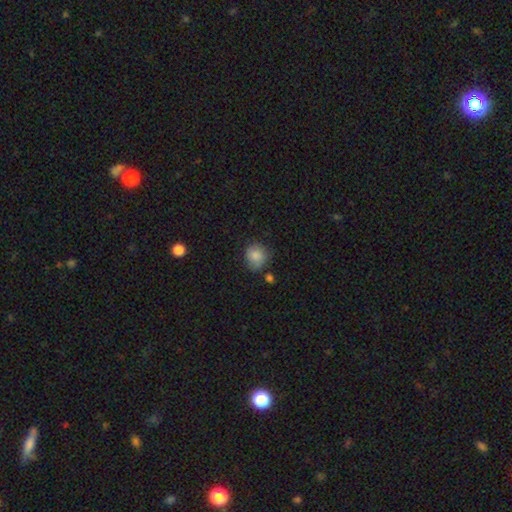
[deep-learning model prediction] Smooth or featured: smooth — 84% (star or artifact — 8%)
How rounded: round — 81% (in between — 18%)
Merging: none — 68% (minor disturbance — 22%)